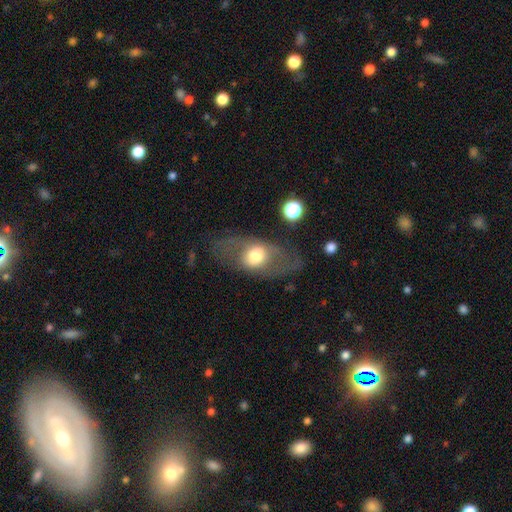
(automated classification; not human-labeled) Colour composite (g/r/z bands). It shows a featured or disk galaxy (47%). Merging: none (66%).